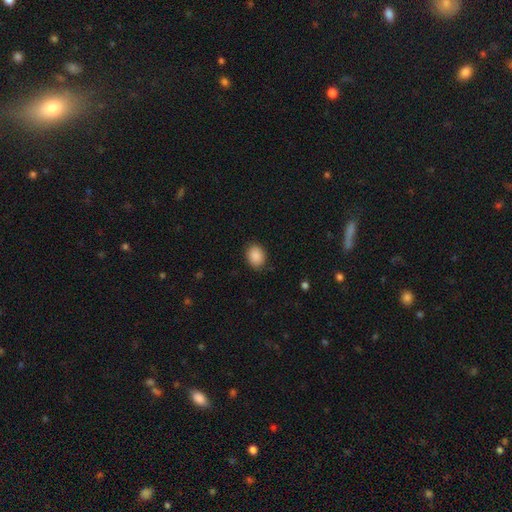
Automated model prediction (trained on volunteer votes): Smooth or featured?
  - smooth: 89% *
  - star or artifact: 8%
  - featured or disk: 3%
How rounded?
  - in between: 60% *
  - round: 39%
  - cigar-shaped: 1%
Merging?
  - none: 86% *
  - minor disturbance: 11%
  - major disturbance: 3%
  - merger: 1%